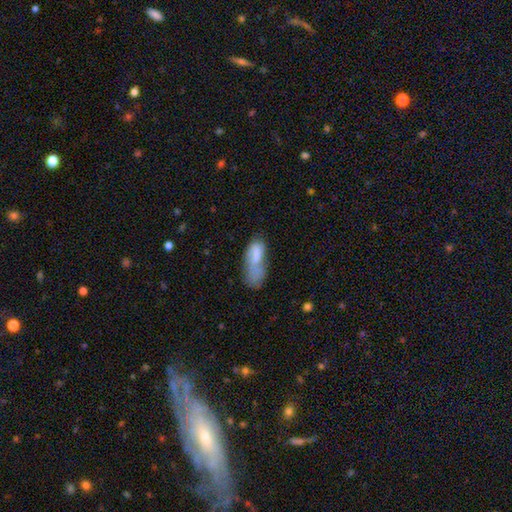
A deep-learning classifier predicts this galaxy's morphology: Smooth or featured: smooth — 71% (featured or disk — 21%)
How rounded: in between — 70% (cigar-shaped — 28%)
Merging: major disturbance — 29% (minor disturbance — 25%)